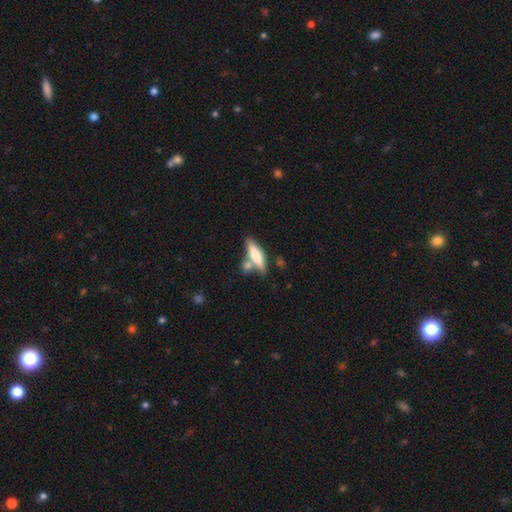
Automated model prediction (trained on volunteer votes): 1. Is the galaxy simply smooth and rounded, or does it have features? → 63% smooth, 31% featured or disk, 6% star or artifact.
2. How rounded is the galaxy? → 63% cigar-shaped, 35% in between, 2% round.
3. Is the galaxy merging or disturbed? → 61% none, 23% merger, 13% minor disturbance, 4% major disturbance.